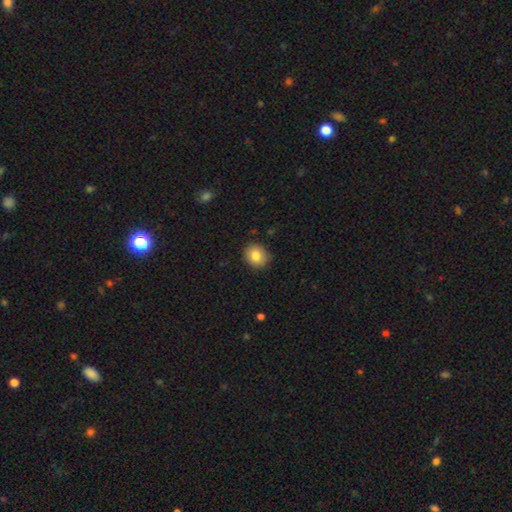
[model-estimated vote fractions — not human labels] This appears to be a smooth galaxy with no disk features (83%) that is round (69%). Merging: none (88%).